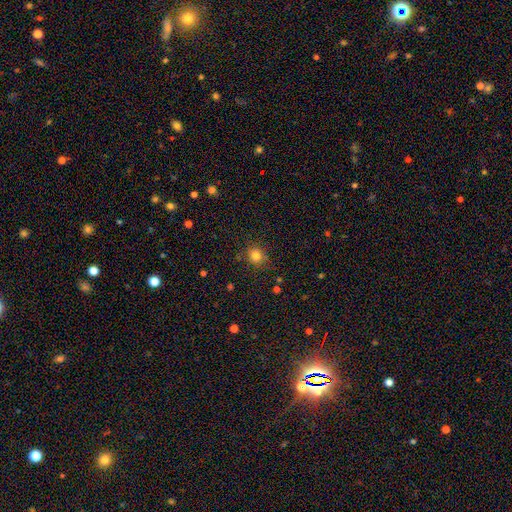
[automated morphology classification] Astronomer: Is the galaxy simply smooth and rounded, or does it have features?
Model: smooth — 82%.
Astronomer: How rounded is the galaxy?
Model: round — 88%.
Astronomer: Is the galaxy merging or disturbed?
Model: none — 82%.